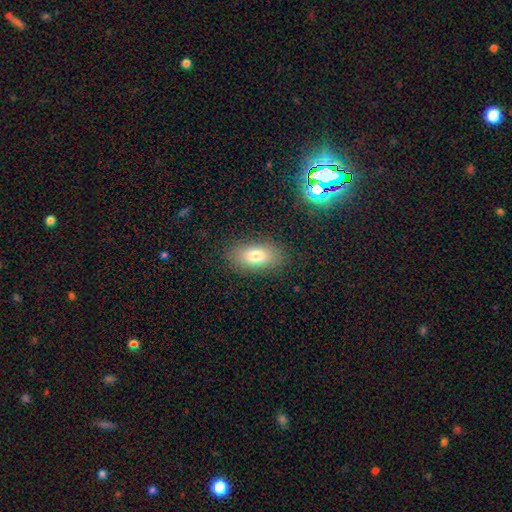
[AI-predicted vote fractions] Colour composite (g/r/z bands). It shows a smooth galaxy with no disk features (77%) that is in between round and cigar-shaped (89%). Merging: none (86%).